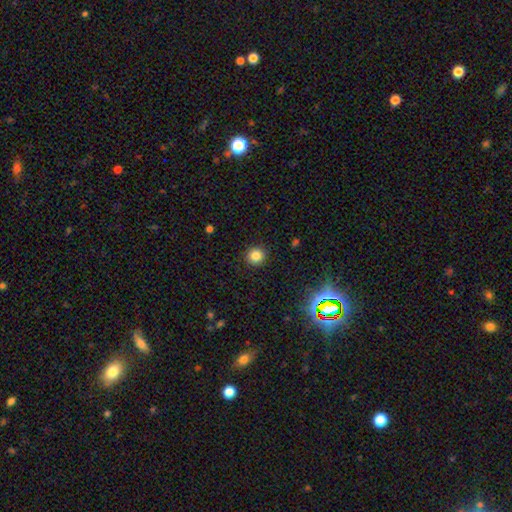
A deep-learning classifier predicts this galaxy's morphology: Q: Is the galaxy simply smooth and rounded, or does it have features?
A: smooth — 82%.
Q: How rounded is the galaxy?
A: round — 93%.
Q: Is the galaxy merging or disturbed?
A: none — 91%.